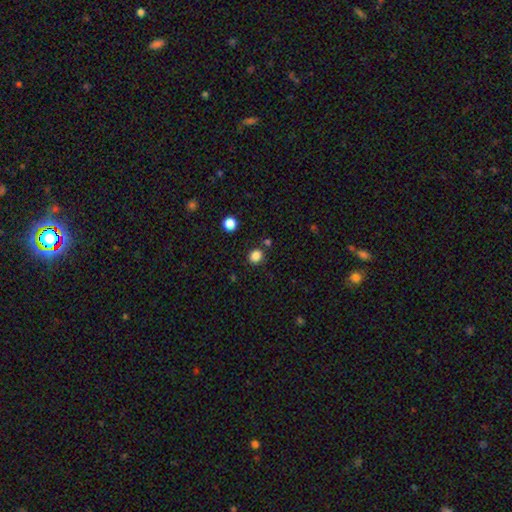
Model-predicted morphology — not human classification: type=smooth (84%); roundness=round (75%); merging=none (83%).